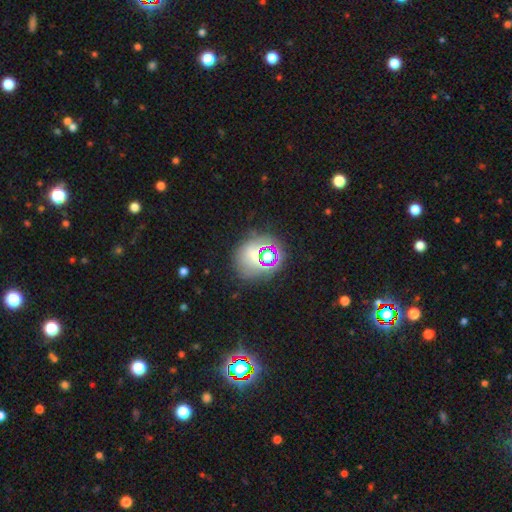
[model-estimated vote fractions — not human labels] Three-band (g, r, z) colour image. It shows a star or artifact, not a galaxy (52%).